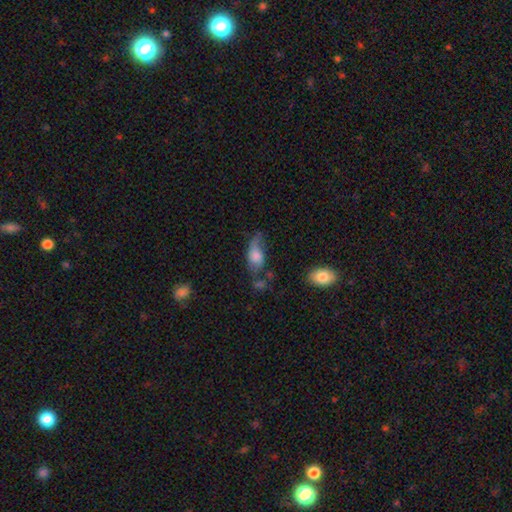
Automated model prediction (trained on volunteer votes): smooth-or-featured: smooth: 59% | featured or disk: 32% | star or artifact: 9%
  how-rounded: in between: 84% | round: 9% | cigar-shaped: 7%
  merging: minor disturbance: 32% | none: 31% | major disturbance: 29% | merger: 8%